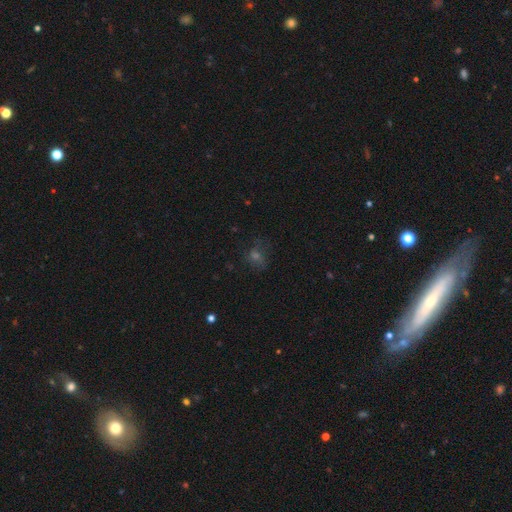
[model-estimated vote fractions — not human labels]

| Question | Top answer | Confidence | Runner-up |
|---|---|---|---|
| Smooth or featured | smooth | 45% | star or artifact (35%) |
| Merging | none | 64% | minor disturbance (19%) |